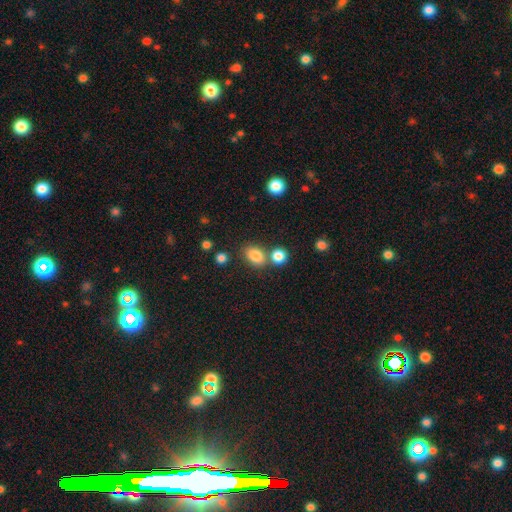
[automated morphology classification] This is clearly a smooth galaxy (83%). How rounded: likely in between (70%). Merging: likely none (62%).